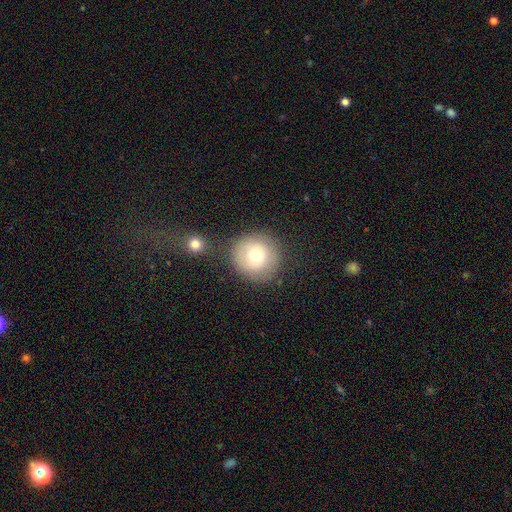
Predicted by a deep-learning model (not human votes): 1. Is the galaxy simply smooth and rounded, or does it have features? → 74% smooth, 16% featured or disk, 10% star or artifact.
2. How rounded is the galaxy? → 93% round, 6% in between, 1% cigar-shaped.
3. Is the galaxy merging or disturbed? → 73% none, 12% minor disturbance, 10% merger, 5% major disturbance.